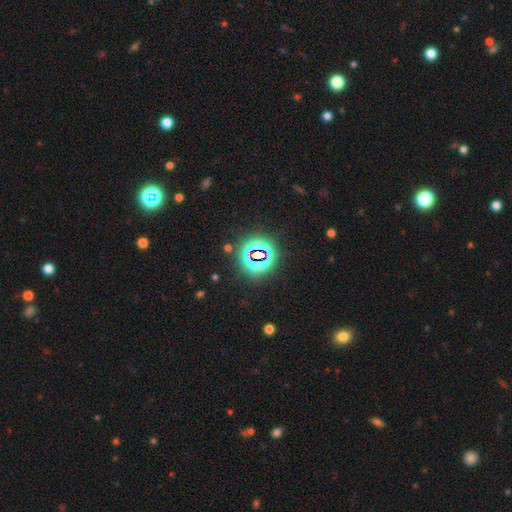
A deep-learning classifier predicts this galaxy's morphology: Smooth or featured: star or artifact — 77% (smooth — 15%)